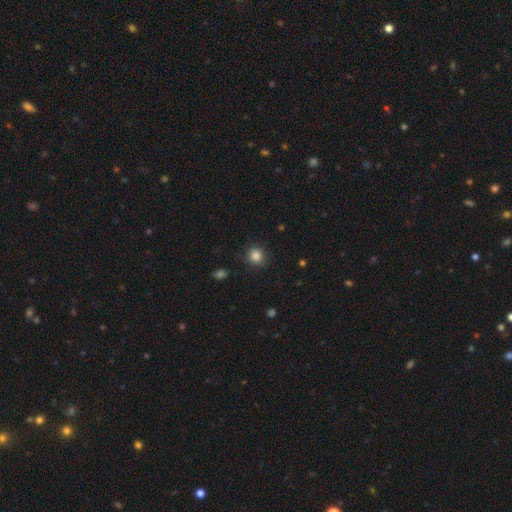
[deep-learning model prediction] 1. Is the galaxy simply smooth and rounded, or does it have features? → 85% smooth, 11% star or artifact, 4% featured or disk.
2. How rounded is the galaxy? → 88% round, 11% in between, 1% cigar-shaped.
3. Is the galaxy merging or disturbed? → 87% none, 9% minor disturbance, 3% major disturbance, 1% merger.